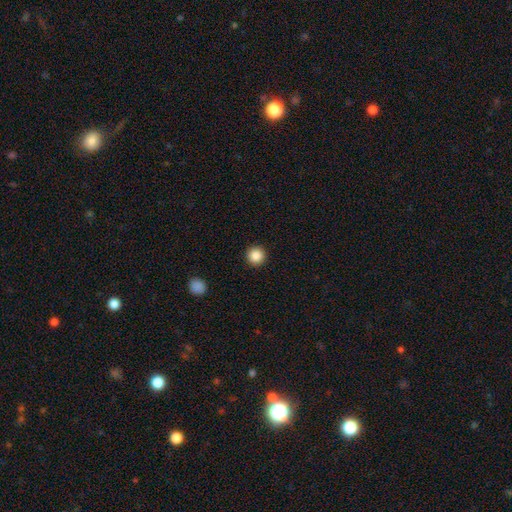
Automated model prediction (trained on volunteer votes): A smooth galaxy with no disk features (87%) that is round (96%). Merging: none (93%).